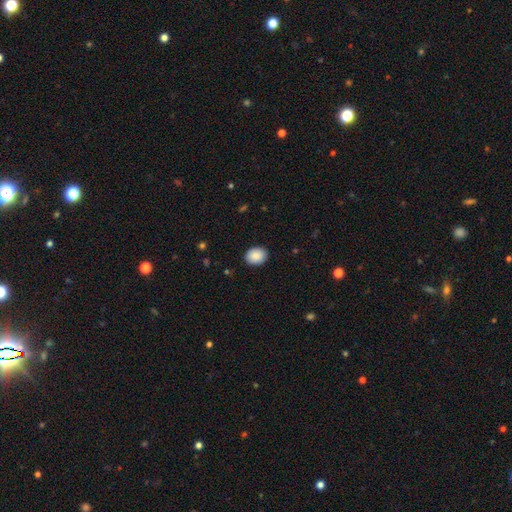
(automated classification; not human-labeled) Smooth or featured? Predicted: smooth (p=0.88). How rounded? Predicted: in between (p=0.53). Merging? Predicted: none (p=0.89).